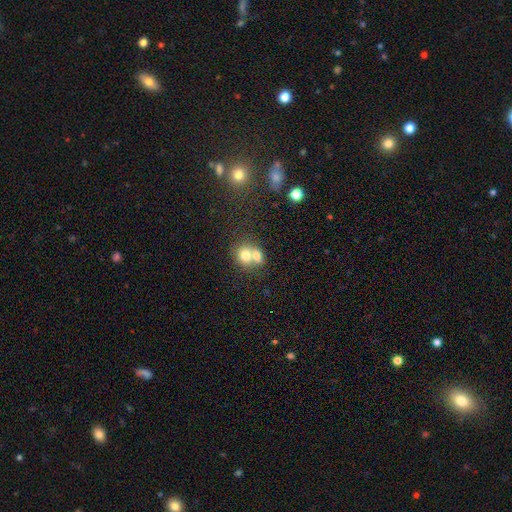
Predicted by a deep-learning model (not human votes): smooth 72%, featured or disk 18%, star or artifact 10%. Down the decision tree: how rounded — round (64%); merging — merger (64%).